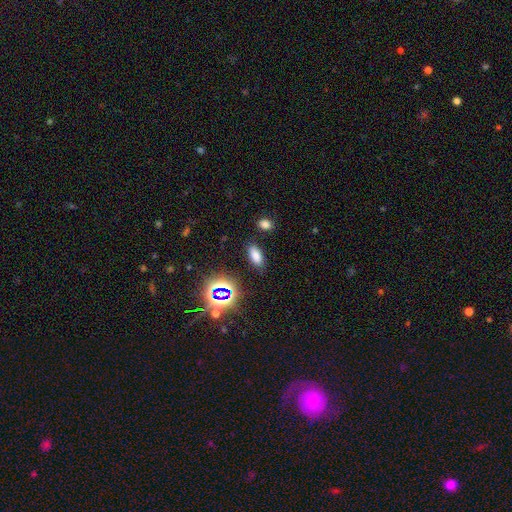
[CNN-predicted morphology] This is likely a smooth galaxy (72%). How rounded: clearly in between (84%). Merging: clearly none (85%).